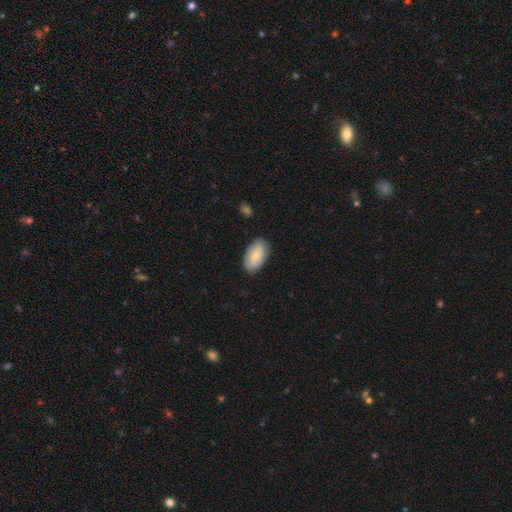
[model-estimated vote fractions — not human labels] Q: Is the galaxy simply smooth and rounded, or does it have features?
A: smooth — 75%.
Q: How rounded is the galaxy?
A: in between — 95%.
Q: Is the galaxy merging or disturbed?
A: none — 81%.